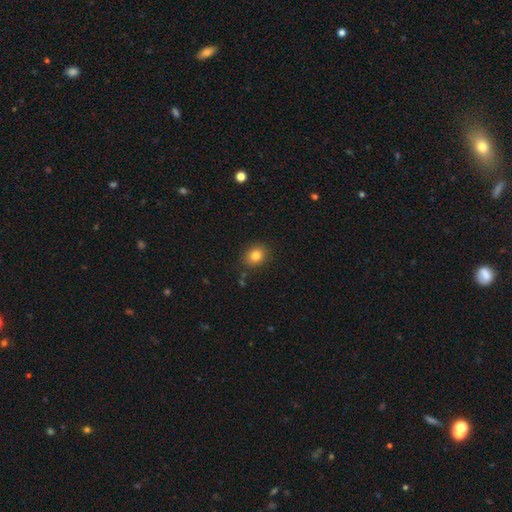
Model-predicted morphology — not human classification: Q: Smooth or featured?
A: smooth (82%); runner-up: star or artifact (11%)
Q: How rounded?
A: round (62%); runner-up: in between (38%)
Q: Merging?
A: none (86%); runner-up: minor disturbance (9%)